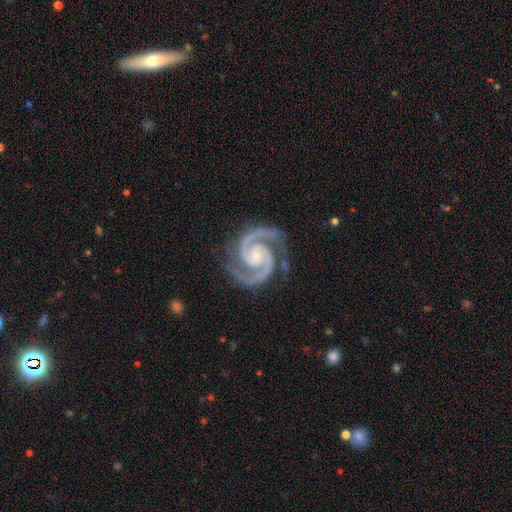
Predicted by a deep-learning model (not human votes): A featured or disk galaxy (95%) with no bar (59%), 2 (94%) tight (49%) spiral arms (99%) and a small central bulge (65%). Merging: none (82%).